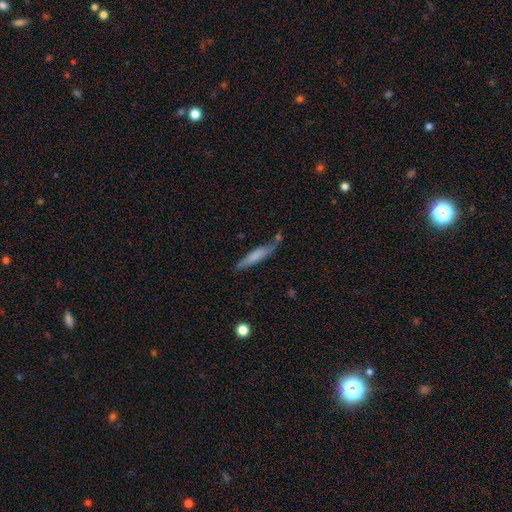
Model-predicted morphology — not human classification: Q: Smooth or featured?
A: smooth (65%); runner-up: featured or disk (28%)
Q: How rounded?
A: cigar-shaped (86%); runner-up: in between (12%)
Q: Merging?
A: none (63%); runner-up: minor disturbance (23%)